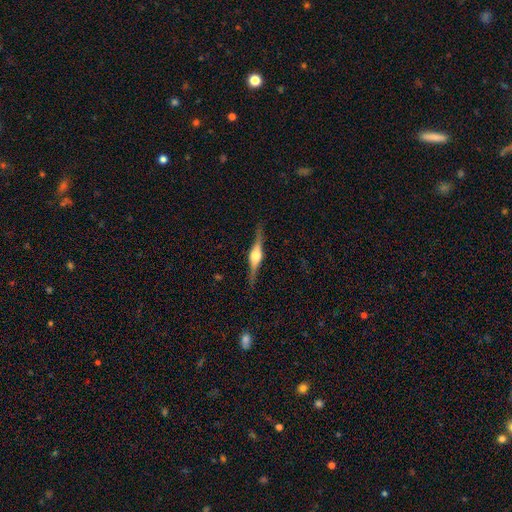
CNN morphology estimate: The model was most divided on "smooth or featured": featured or disk: 82%, smooth: 13%, star or artifact: 6%. More confident: edge-on disk — yes (98%); edge-on bulge — rounded (89%); merging — none (88%).